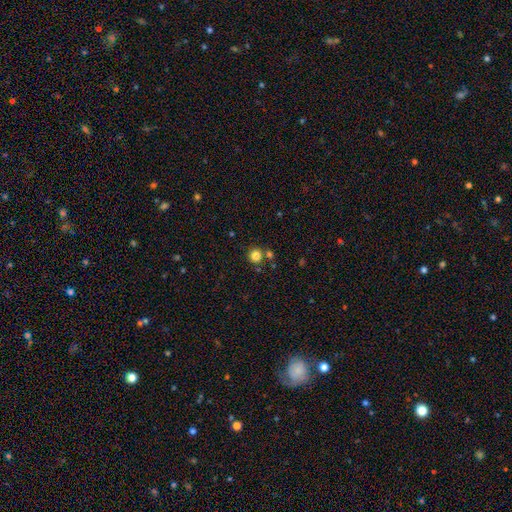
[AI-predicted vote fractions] Smooth or featured?
  - smooth: 82% *
  - star or artifact: 13%
  - featured or disk: 5%
How rounded?
  - round: 93% *
  - in between: 6%
  - cigar-shaped: 1%
Merging?
  - none: 78% *
  - merger: 12%
  - minor disturbance: 7%
  - major disturbance: 3%